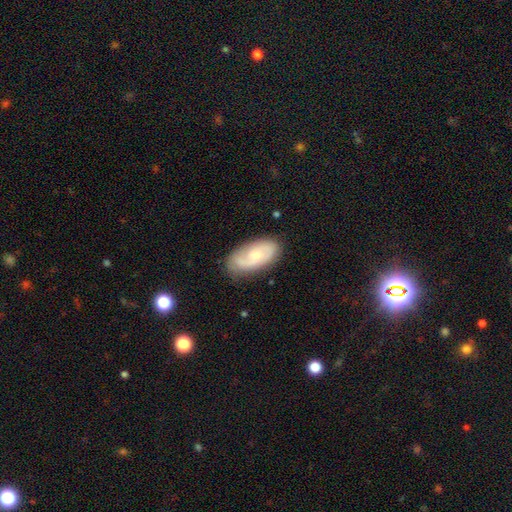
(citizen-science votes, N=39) featured or disk 59%, smooth 33%, star or artifact 8%. Down the decision tree: edge-on disk — no (100%); bar — no (61%); spiral arms — yes (87%); spiral arm count — 2 (75%); spiral winding — tight (55%); bulge size — moderate (61%); merging — none (61%).